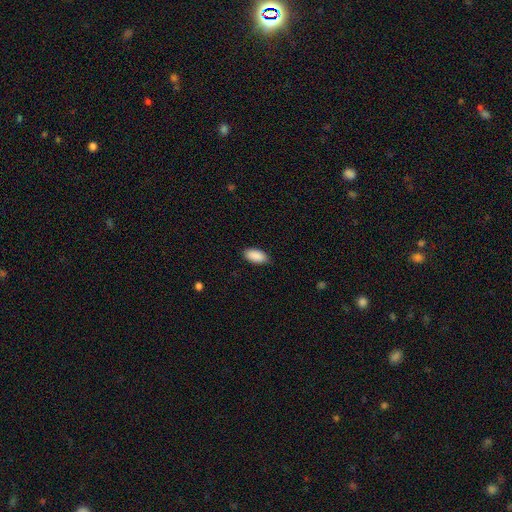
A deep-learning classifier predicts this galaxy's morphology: Overall: smooth (91%). How rounded: in between (94%). Merging: none (87%).